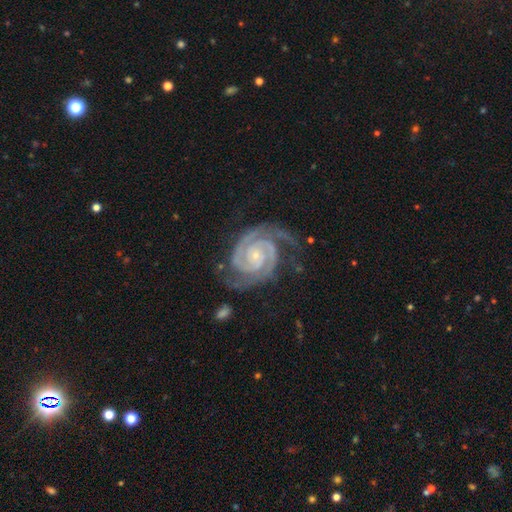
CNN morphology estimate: Smooth or featured: featured or disk — 94% (star or artifact — 4%)
Edge-on disk: no — 98% (yes — 2%)
Bar: no — 68% (weak — 21%)
Spiral arms: yes — 99% (no — 1%)
Spiral winding: tight — 74% (medium — 23%)
Spiral arm count: 2 — 81% (3 — 10%)
Bulge size: small — 82% (moderate — 14%)
Merging: none — 71% (minor disturbance — 19%)